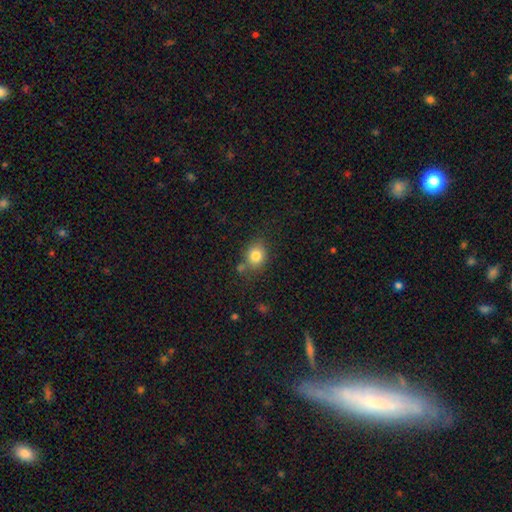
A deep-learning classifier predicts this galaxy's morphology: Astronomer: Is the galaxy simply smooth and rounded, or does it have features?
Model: smooth — 82%.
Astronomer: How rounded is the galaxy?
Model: round — 64%.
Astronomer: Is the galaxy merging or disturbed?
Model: none — 71%.